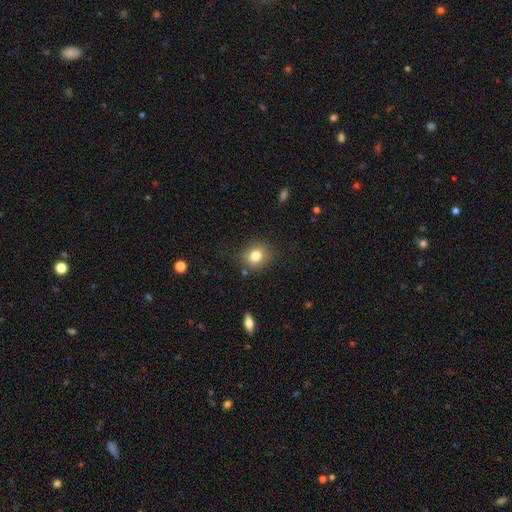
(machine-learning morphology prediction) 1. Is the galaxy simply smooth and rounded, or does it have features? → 81% smooth, 11% star or artifact, 8% featured or disk.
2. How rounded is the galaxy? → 73% round, 26% in between, 1% cigar-shaped.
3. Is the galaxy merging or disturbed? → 83% none, 11% minor disturbance, 3% major disturbance, 2% merger.